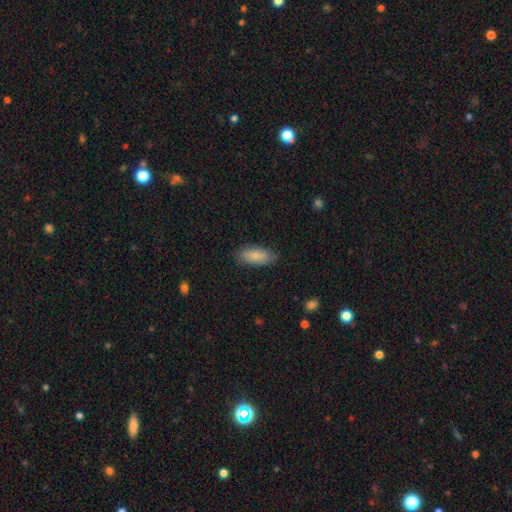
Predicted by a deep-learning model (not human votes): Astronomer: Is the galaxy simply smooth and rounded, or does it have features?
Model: smooth — 83%.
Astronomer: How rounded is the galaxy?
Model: in between — 82%.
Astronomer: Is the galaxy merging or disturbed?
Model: none — 83%.